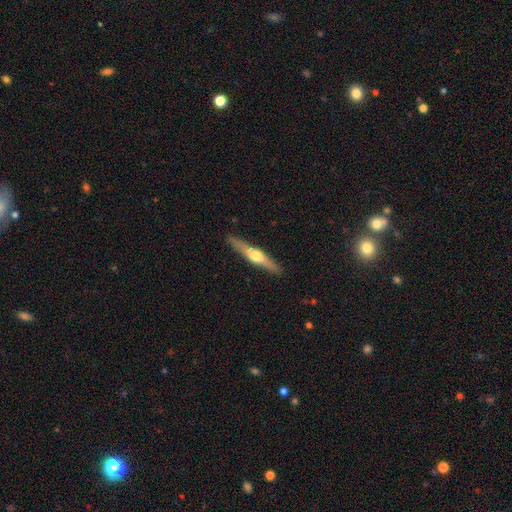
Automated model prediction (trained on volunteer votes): This is likely a featured or disk galaxy (64%). It is clearly viewed edge-on (96%). Edge-on bulge: clearly rounded (92%). Merging: clearly none (89%).